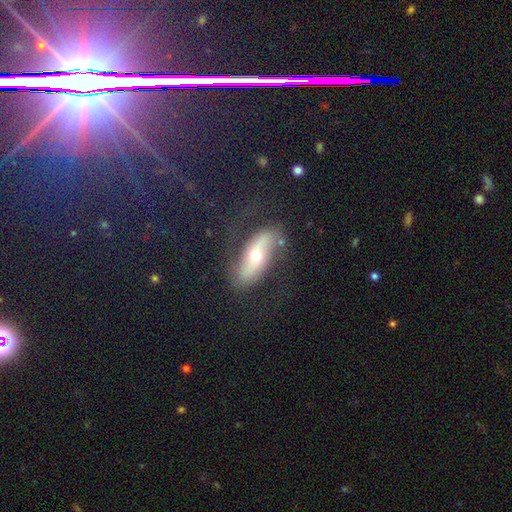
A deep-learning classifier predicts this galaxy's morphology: smooth-or-featured: featured or disk: 58% | smooth: 34% | star or artifact: 8%
  disk-edge-on: no: 74% | yes: 26%
  merging: none: 73% | minor disturbance: 16% | major disturbance: 9% | merger: 3%